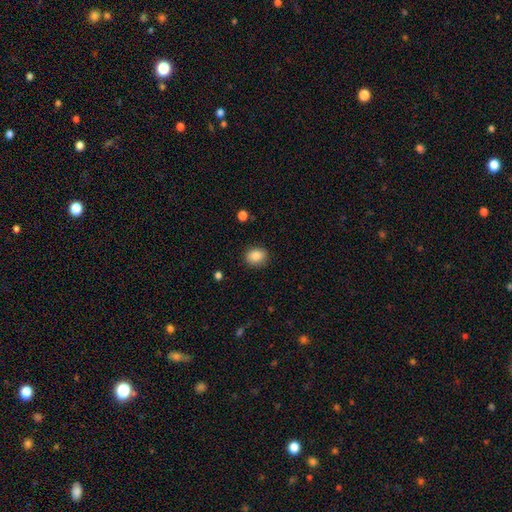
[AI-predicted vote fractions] Morphology: type=smooth (86%); roundness=round (54%); merging=none (87%).